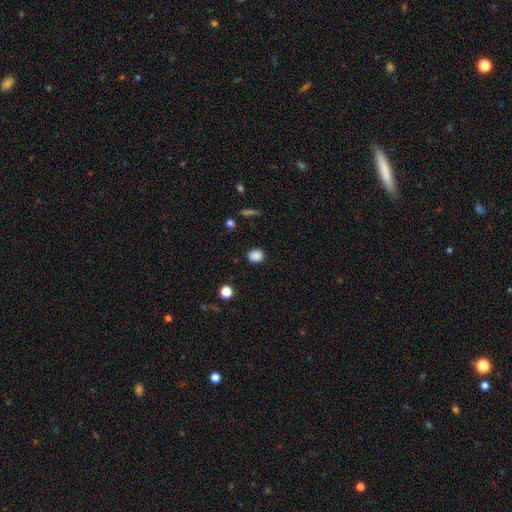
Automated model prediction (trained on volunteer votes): Smooth or featured? Predicted: smooth (p=0.86). How rounded? Predicted: round (p=0.67). Merging? Predicted: none (p=0.87).